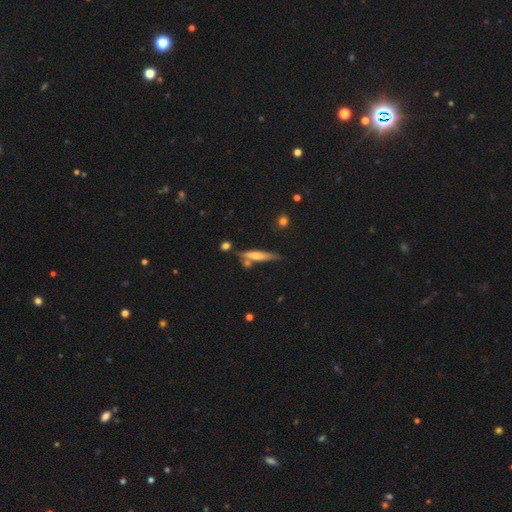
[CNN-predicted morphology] type=smooth (49%); merging=none (61%).